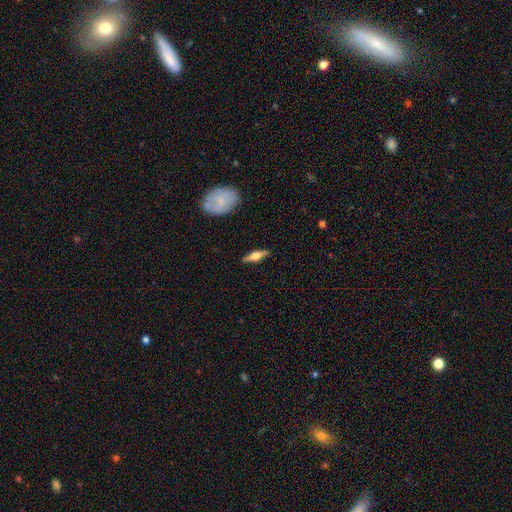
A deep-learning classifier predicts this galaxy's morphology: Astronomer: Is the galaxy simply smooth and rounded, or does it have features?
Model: featured or disk — 65%.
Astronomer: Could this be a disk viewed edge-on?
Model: yes — 95%.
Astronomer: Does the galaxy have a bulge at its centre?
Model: rounded — 94%.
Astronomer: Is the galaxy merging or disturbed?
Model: none — 89%.